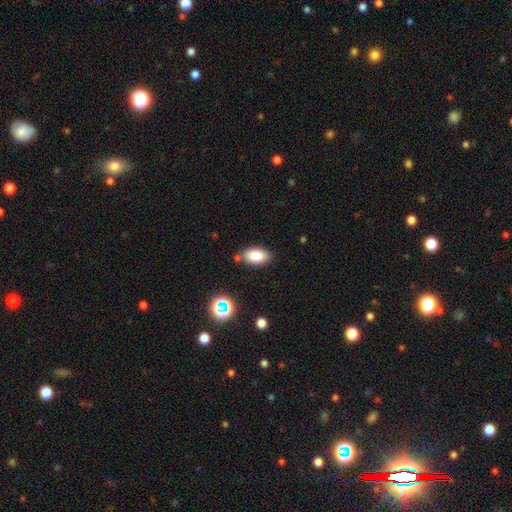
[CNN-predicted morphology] type=smooth (84%); roundness=in between (93%); merging=none (78%).